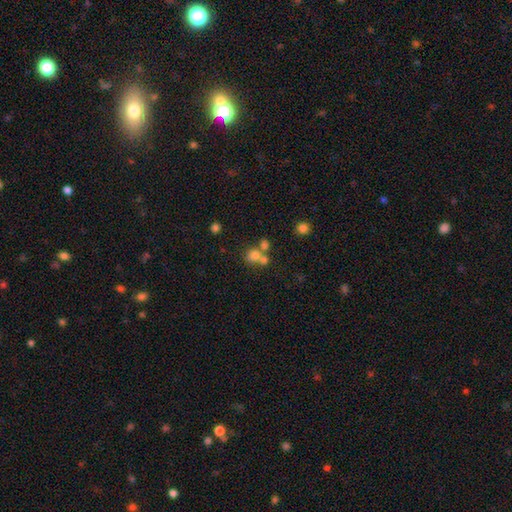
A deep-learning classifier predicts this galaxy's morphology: type=smooth (71%); roundness=round (78%); merging=merger (46%).